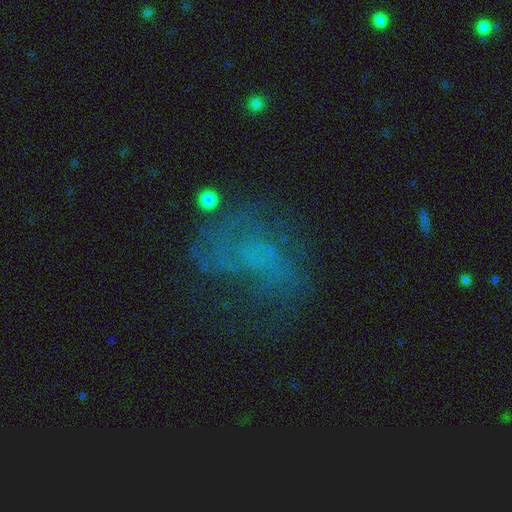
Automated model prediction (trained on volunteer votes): Overall: featured or disk (47%; star or artifact 27%). Merging: none (43%; major disturbance 35%).